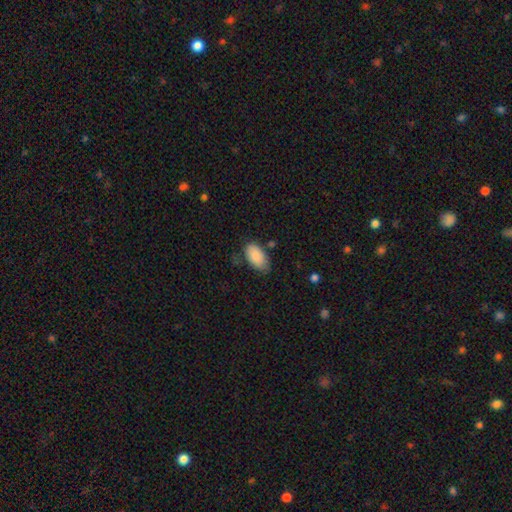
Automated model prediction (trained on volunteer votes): This is clearly a smooth galaxy (86%). How rounded: clearly in between (95%). Merging: likely none (69%).